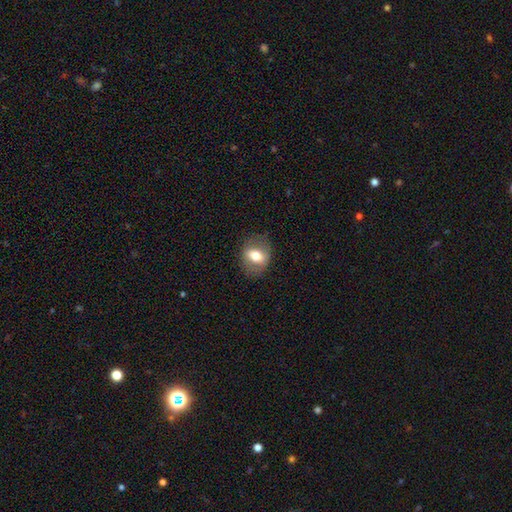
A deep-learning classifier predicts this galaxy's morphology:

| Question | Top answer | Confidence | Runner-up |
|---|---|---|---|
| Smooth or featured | smooth | 61% | featured or disk (31%) |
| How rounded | in between | 56% | round (42%) |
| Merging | none | 81% | minor disturbance (13%) |